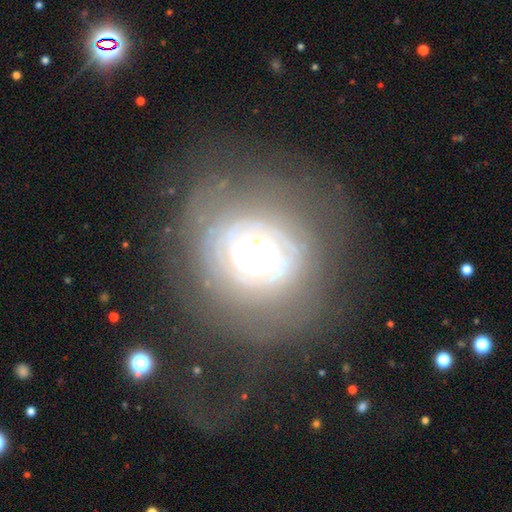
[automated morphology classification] Smooth or featured? Predicted: featured or disk (p=0.70). Edge-on disk? Predicted: no (p=0.96). Bar? Predicted: no (p=0.84). Spiral arms? Predicted: yes (p=0.67). Bulge size? Predicted: moderate (p=0.47). Merging? Predicted: none (p=0.61).